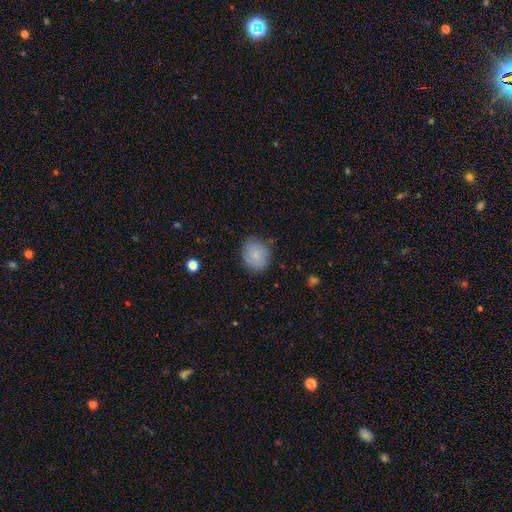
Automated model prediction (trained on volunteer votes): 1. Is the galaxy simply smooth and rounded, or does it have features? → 82% smooth, 10% featured or disk, 8% star or artifact.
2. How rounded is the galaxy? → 64% round, 35% in between, 1% cigar-shaped.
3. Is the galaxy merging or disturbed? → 77% none, 17% minor disturbance, 4% major disturbance, 2% merger.